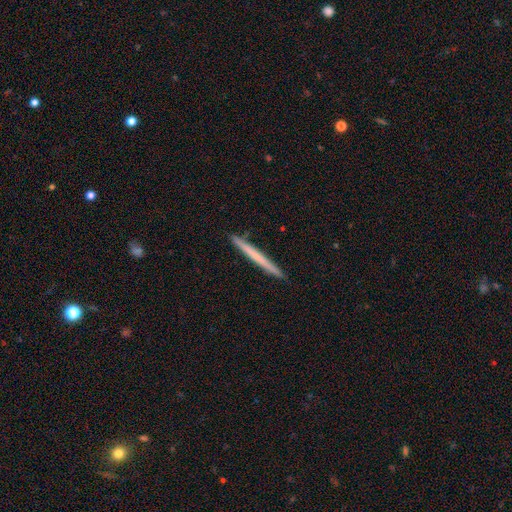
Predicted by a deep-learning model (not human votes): smooth 55%, featured or disk 40%, star or artifact 5%. Down the decision tree: how rounded — cigar-shaped (97%); merging — none (93%).